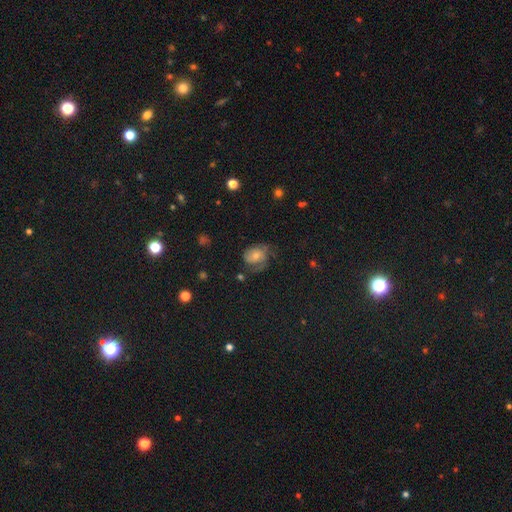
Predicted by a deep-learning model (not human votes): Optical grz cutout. It shows a featured or disk galaxy (53%) with no bar (75%), spiral arms (84%) and a moderate central bulge (50%). Merging: none (54%).